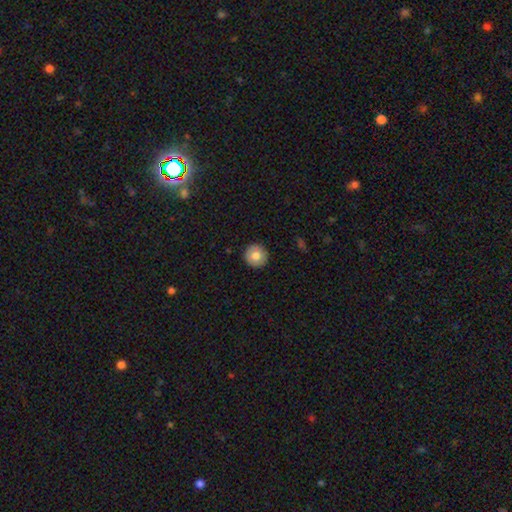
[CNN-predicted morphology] The model was most divided on "smooth or featured": smooth: 78%, featured or disk: 14%, star or artifact: 8%. More confident: how rounded — round (95%); merging — none (92%).